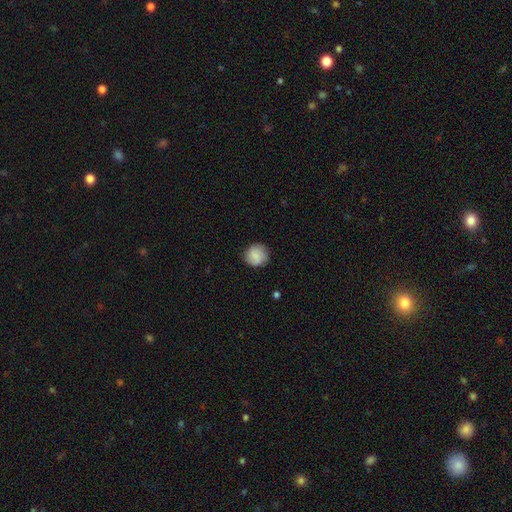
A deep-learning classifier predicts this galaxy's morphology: Smooth or featured? smooth (83%)
How rounded? round (92%)
Merging? none (83%)